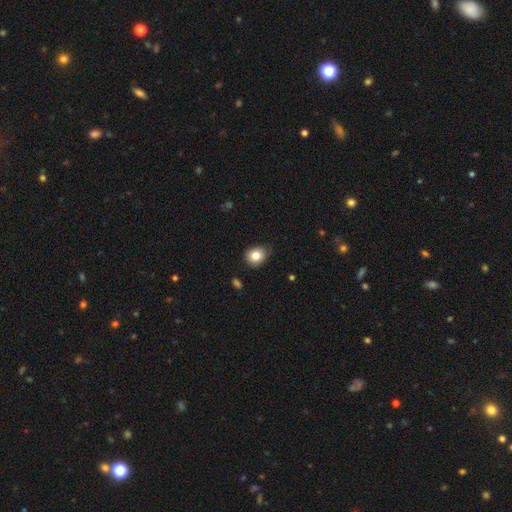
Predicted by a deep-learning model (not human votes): smooth_or_featured: smooth (p=0.83) [alt: star or artifact p=0.10]
how_rounded: round (p=0.71) [alt: in between p=0.28]
merging: none (p=0.81) [alt: minor disturbance p=0.16]